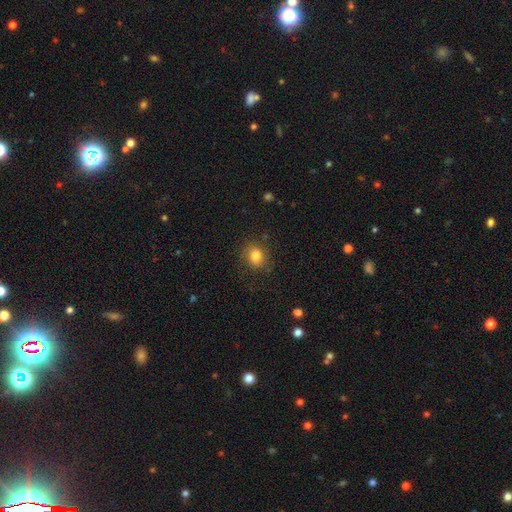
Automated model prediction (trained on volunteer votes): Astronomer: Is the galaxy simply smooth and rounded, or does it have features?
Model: smooth — 82%.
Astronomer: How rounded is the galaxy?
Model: round — 71%.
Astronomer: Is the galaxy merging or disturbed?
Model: none — 83%.